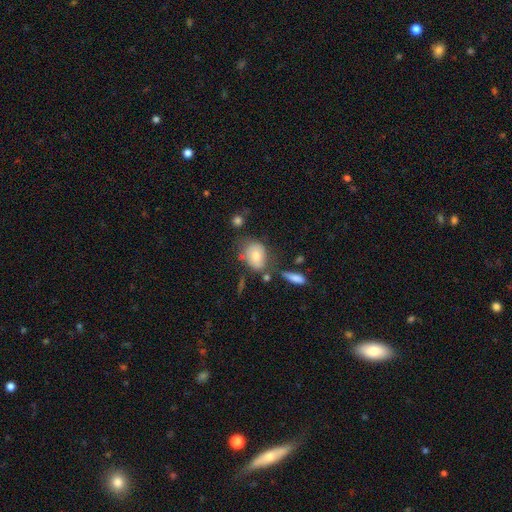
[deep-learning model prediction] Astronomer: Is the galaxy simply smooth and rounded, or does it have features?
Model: smooth — 68%.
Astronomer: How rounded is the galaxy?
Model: in between — 65%.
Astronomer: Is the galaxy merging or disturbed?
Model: none — 46% (runner-up: minor disturbance, 26%).